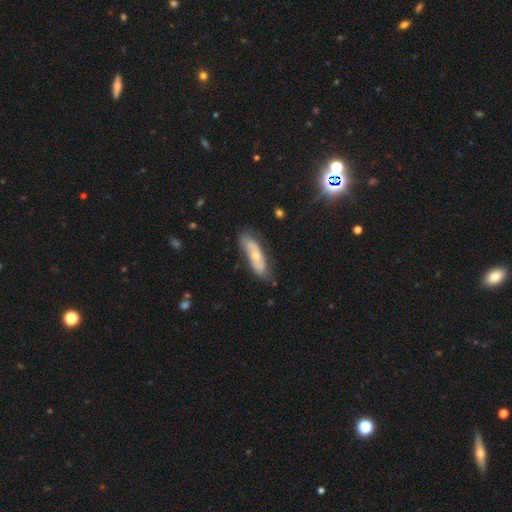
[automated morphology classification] The model was most divided on "smooth or featured": featured or disk: 52%, smooth: 42%, star or artifact: 7%. More confident: edge-on disk — no (75%); merging — none (64%).